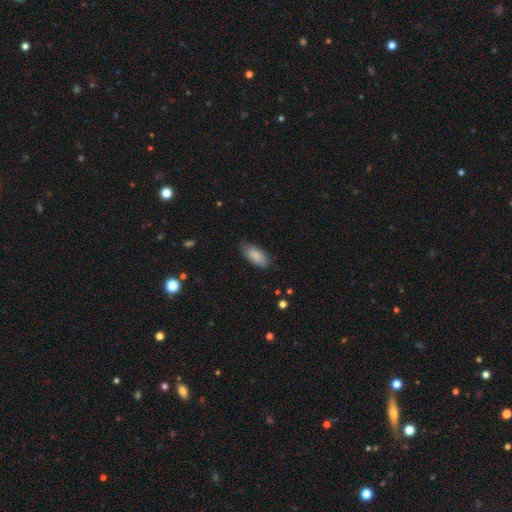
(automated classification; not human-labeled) smooth 87%, featured or disk 7%, star or artifact 6%. Down the decision tree: how rounded — in between (88%); merging — none (76%).